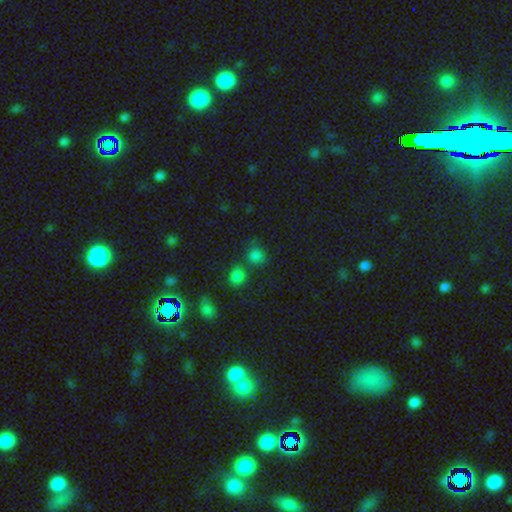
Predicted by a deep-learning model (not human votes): Smooth or featured: smooth — 74% (star or artifact — 21%)
How rounded: round — 84% (in between — 15%)
Merging: none — 64% (merger — 21%)